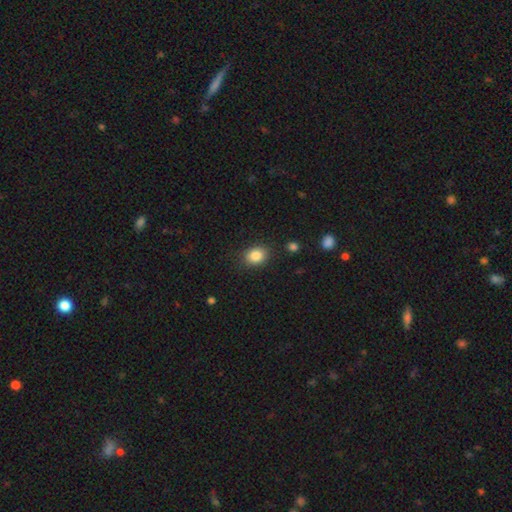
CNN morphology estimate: smooth_or_featured: smooth (p=0.86) [alt: star or artifact p=0.09]
how_rounded: in between (p=0.55) [alt: round p=0.44]
merging: none (p=0.84) [alt: minor disturbance p=0.10]